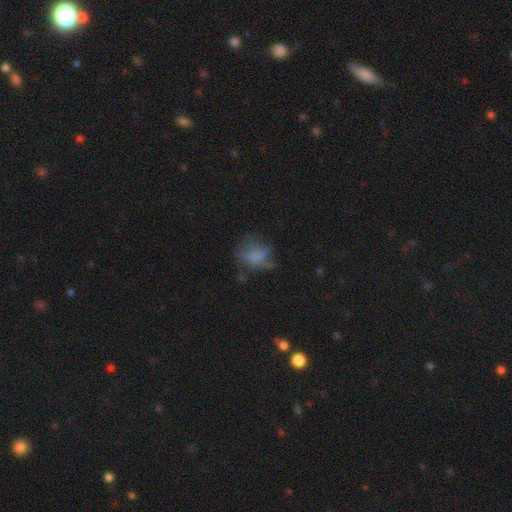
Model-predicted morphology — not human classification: Smooth or featured? Predicted: smooth (p=0.53). How rounded? Predicted: in between (p=0.51). Merging? Predicted: none (p=0.47).